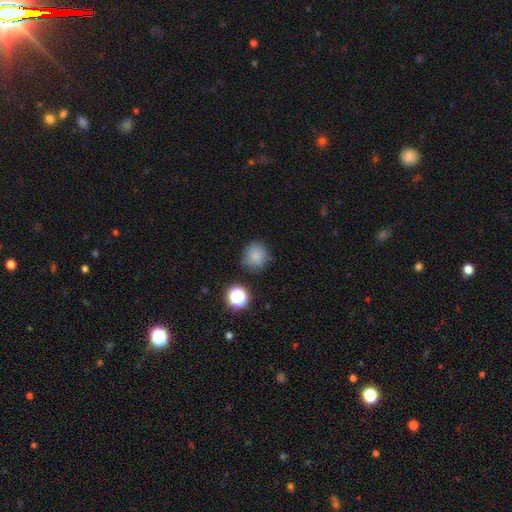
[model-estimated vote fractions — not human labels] Overall: smooth (79%). How rounded: round (87%). Merging: none (75%).